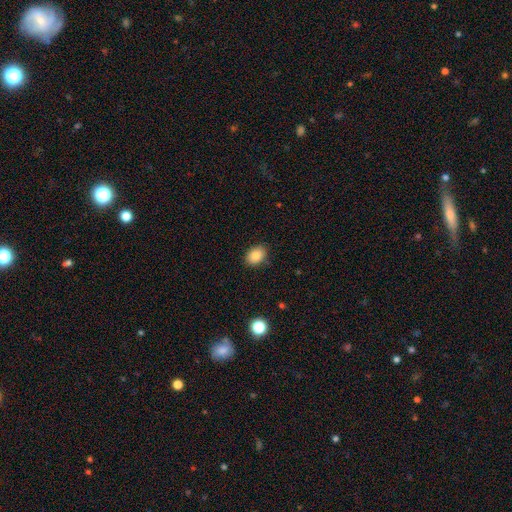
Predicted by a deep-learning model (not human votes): Smooth or featured? smooth (85%)
How rounded? in between (72%)
Merging? none (87%)